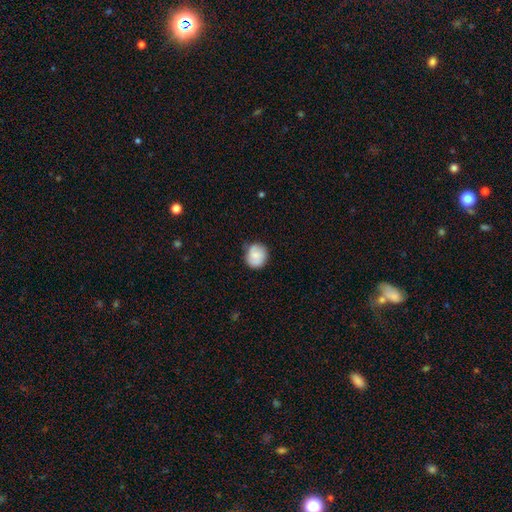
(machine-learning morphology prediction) A smooth galaxy with no disk features (69%) that is round (81%). Merging: none (72%).